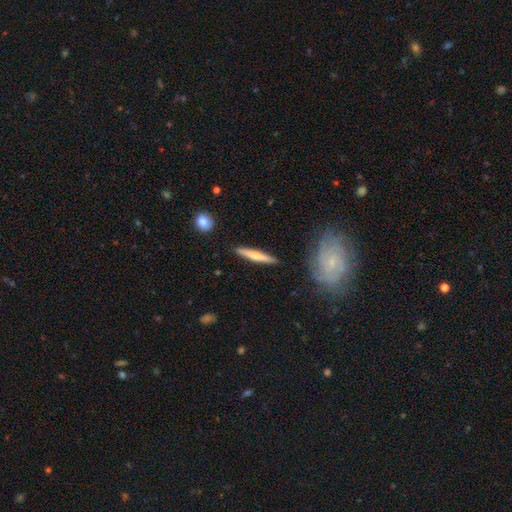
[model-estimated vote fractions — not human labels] smooth-or-featured: smooth: 59% | featured or disk: 35% | star or artifact: 6%
  how-rounded: cigar-shaped: 92% | in between: 6% | round: 2%
  merging: none: 89% | minor disturbance: 7% | merger: 2% | major disturbance: 2%